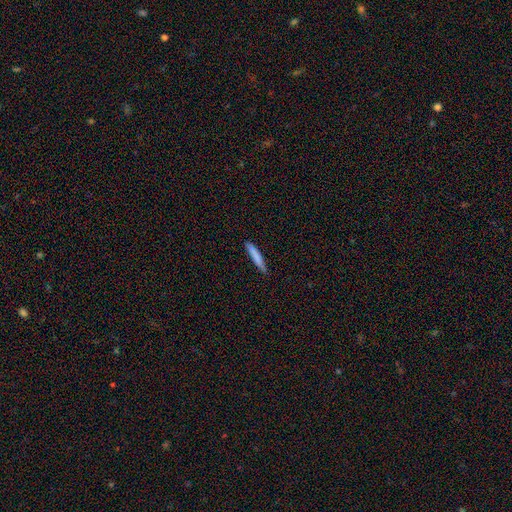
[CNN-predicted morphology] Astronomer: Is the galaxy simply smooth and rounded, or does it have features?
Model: smooth — 79%.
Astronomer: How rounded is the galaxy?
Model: cigar-shaped — 93%.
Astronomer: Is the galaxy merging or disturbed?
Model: none — 83%.